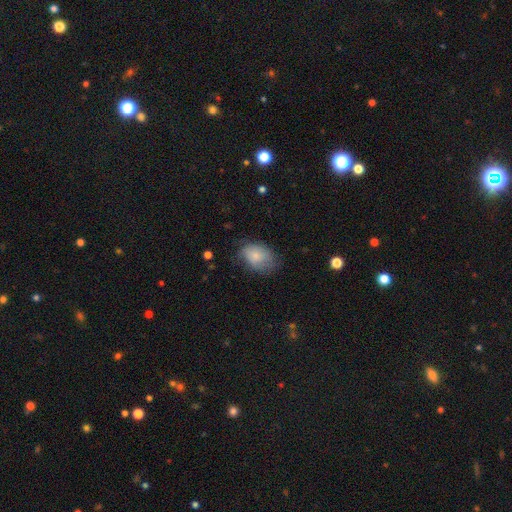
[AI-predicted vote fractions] Morphology: type=smooth (78%); roundness=in between (76%); merging=none (53%).